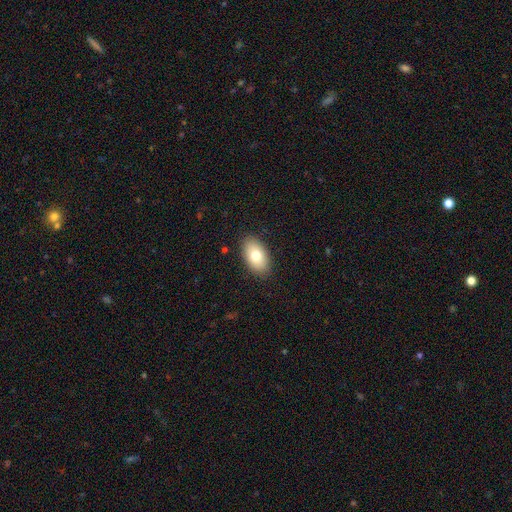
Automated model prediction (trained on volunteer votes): Q: Smooth or featured?
A: smooth (76%); runner-up: featured or disk (16%)
Q: How rounded?
A: in between (93%); runner-up: round (6%)
Q: Merging?
A: none (88%); runner-up: minor disturbance (9%)